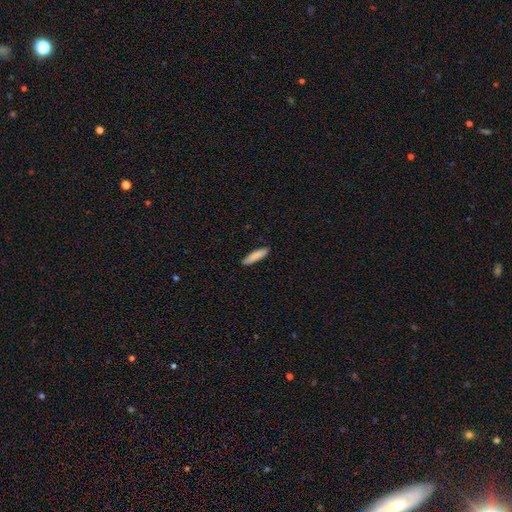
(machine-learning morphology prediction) This is clearly a smooth galaxy (86%). How rounded: likely cigar-shaped (77%). Merging: clearly none (88%).